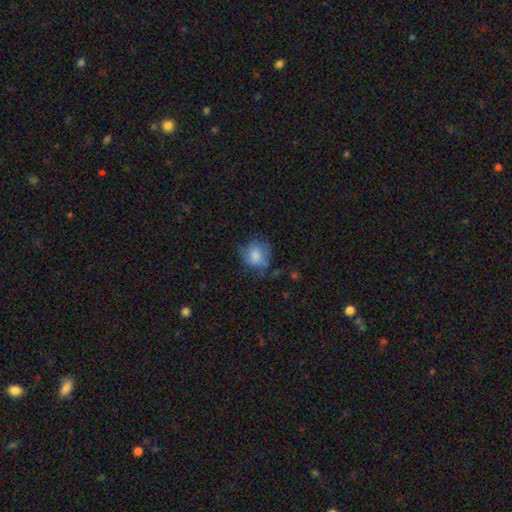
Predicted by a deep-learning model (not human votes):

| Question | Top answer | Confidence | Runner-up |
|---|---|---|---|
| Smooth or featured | smooth | 66% | featured or disk (25%) |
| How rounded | round | 72% | in between (27%) |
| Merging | none | 47% | minor disturbance (31%) |